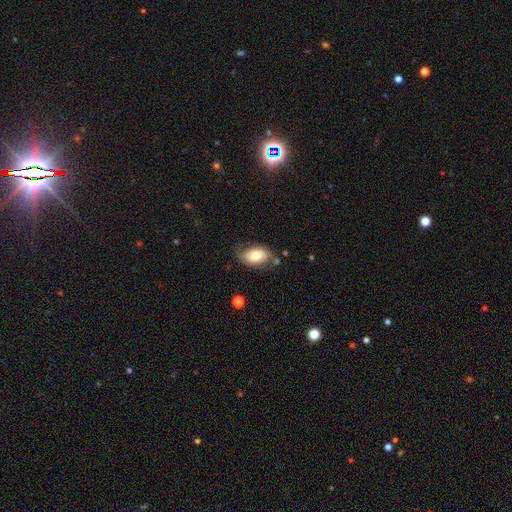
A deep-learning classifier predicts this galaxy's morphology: Smooth or featured? smooth (65%)
How rounded? in between (90%)
Merging? none (63%)